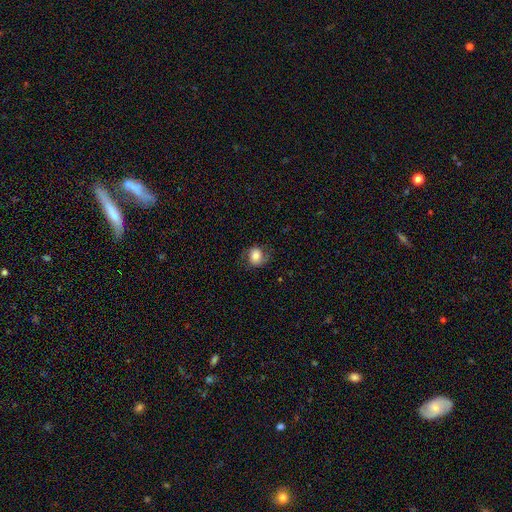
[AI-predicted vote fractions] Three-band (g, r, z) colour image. It shows a smooth galaxy with no disk features (72%) that is round (68%). Merging: none (70%).